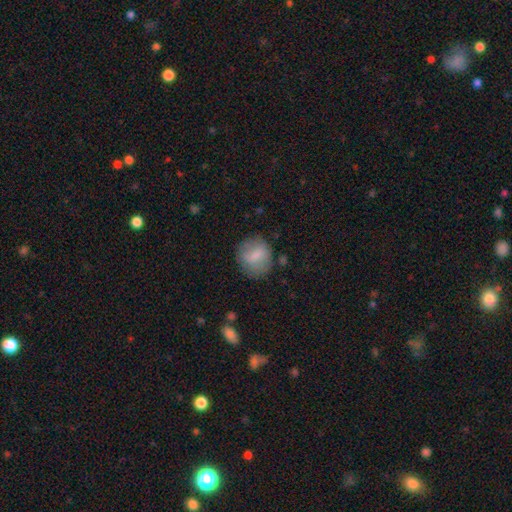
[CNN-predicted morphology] Smooth or featured?
  - smooth: 71% *
  - featured or disk: 21%
  - star or artifact: 8%
How rounded?
  - round: 73% *
  - in between: 25%
  - cigar-shaped: 1%
Merging?
  - none: 71% *
  - minor disturbance: 19%
  - major disturbance: 8%
  - merger: 2%